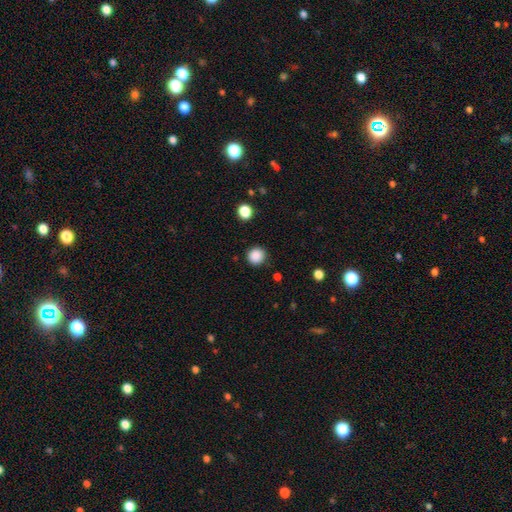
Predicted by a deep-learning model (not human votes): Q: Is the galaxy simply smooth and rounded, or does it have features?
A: smooth — 87%.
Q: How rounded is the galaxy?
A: round — 93%.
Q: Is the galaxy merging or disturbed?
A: none — 88%.